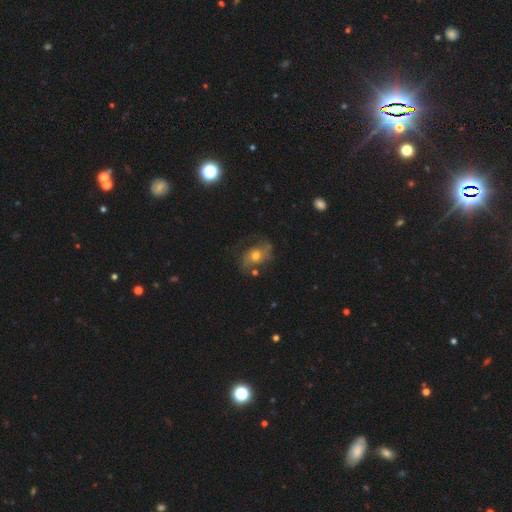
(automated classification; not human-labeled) featured or disk 59%, smooth 31%, star or artifact 10%. Down the decision tree: edge-on disk — no (94%); bar — no (72%); spiral arms — yes (77%); bulge size — moderate (68%); merging — none (61%).